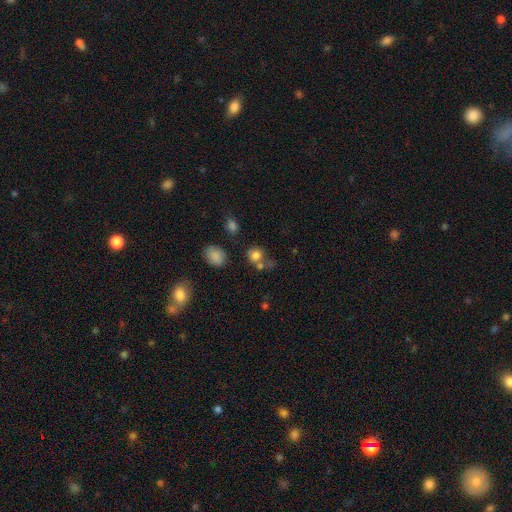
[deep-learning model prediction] Q: Smooth or featured?
A: smooth (77%); runner-up: star or artifact (14%)
Q: How rounded?
A: round (78%); runner-up: in between (21%)
Q: Merging?
A: none (53%); runner-up: merger (28%)